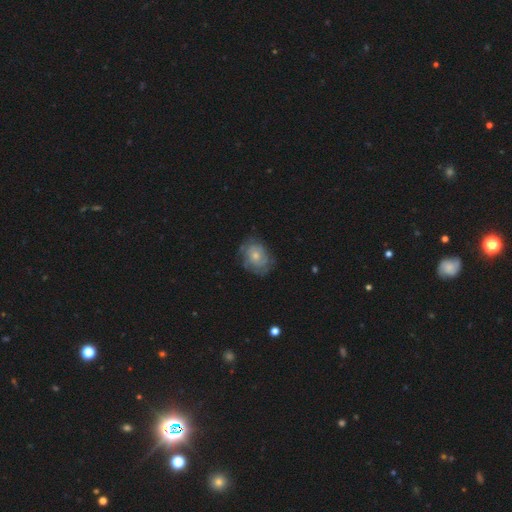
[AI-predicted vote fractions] A featured or disk galaxy (65%) with no bar (82%), tight (66%) spiral arms (79%) and a moderate central bulge (54%).

Vote fractions:
- Smooth or featured? featured or disk: 65% / smooth: 28% / star or artifact: 7%
- Edge-on disk? no: 97% / yes: 3%
- Bar? no: 82% / weak: 16% / strong: 2%
- Spiral arms? yes: 79% / no: 21%
- Spiral winding? tight: 66% / medium: 25% / loose: 9%
- Spiral arm count? can't tell: 52% / 2: 21% / 3: 11% / 4: 6% / 1: 5% / more than 4: 4%
- Bulge size? moderate: 54% / small: 39% / large: 4% / none: 2% / dominant: 1%
- Merging? none: 70% / minor disturbance: 20% / major disturbance: 8% / merger: 1%